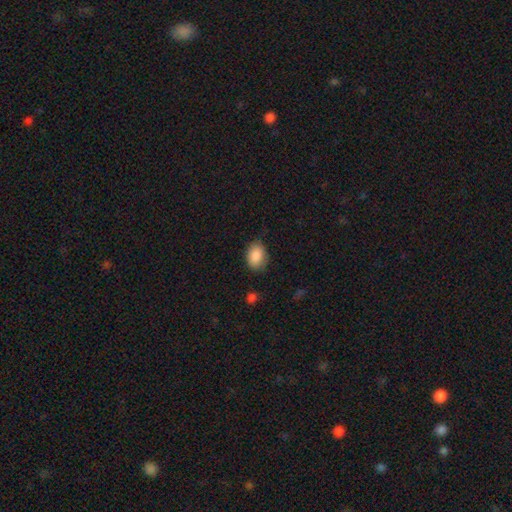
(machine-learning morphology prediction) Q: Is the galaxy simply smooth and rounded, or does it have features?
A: smooth — 89%.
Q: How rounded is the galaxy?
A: in between — 77%.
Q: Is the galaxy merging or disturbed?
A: none — 75%.